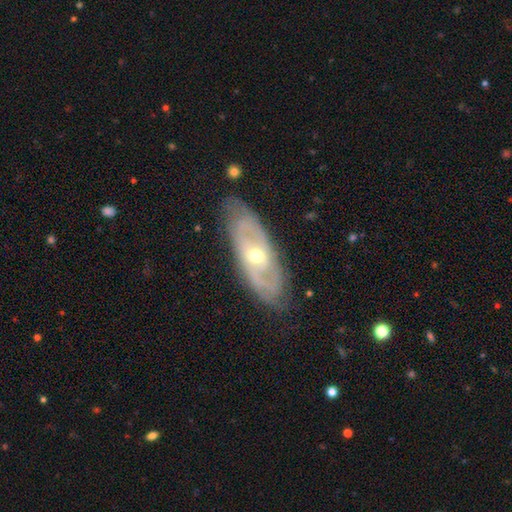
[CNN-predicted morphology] featured or disk 78%, smooth 16%, star or artifact 6%. Down the decision tree: edge-on disk — no (84%); bar — no (53%); spiral arms — yes (77%); spiral arm count — 2 (44%); spiral winding — tight (56%); bulge size — moderate (56%); merging — none (79%).